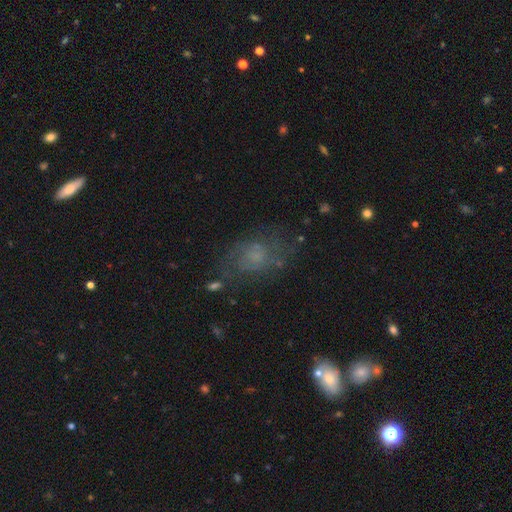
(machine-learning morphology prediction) Overall: featured or disk (43%; smooth 40%). Merging: none (60%; minor disturbance 21%).